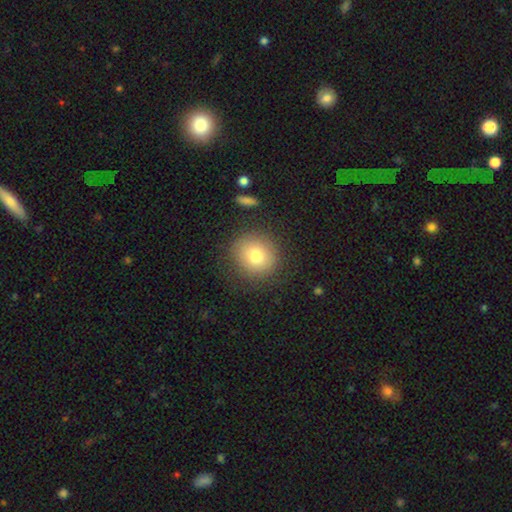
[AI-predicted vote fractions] A smooth galaxy with no disk features (78%) that is round (83%). Merging: none (82%).